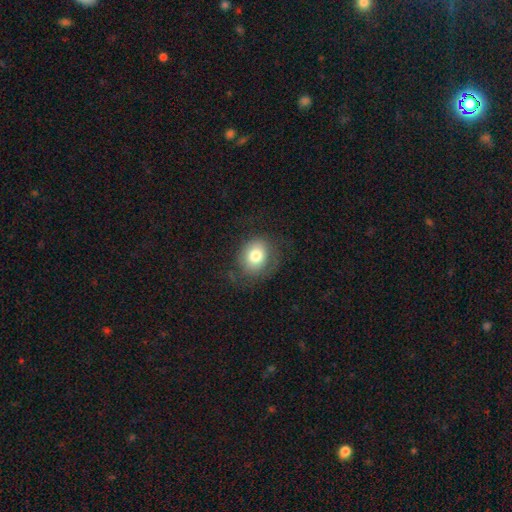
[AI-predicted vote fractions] Smooth or featured: smooth — 74% (featured or disk — 16%)
How rounded: round — 61% (in between — 38%)
Merging: none — 68% (minor disturbance — 19%)